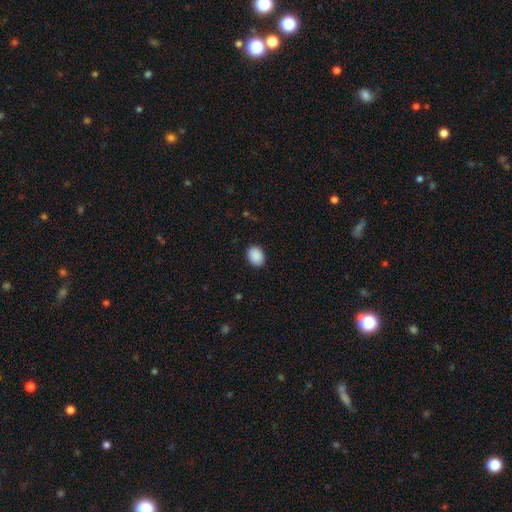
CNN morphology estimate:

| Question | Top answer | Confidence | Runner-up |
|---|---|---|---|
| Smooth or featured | smooth | 90% | star or artifact (7%) |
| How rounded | in between | 60% | round (39%) |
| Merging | none | 90% | minor disturbance (7%) |